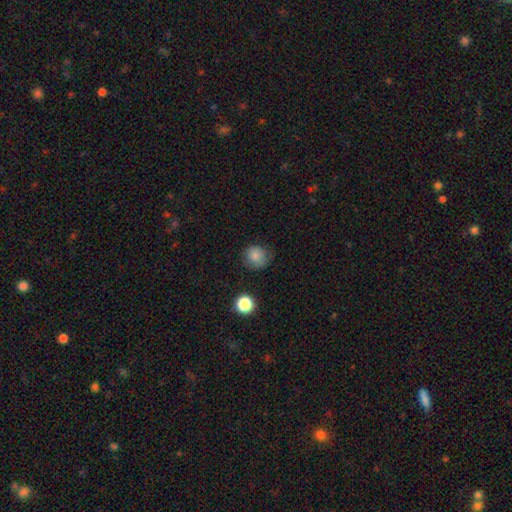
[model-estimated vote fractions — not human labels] A smooth galaxy with no disk features (82%) that is round (84%). Merging: none (72%).